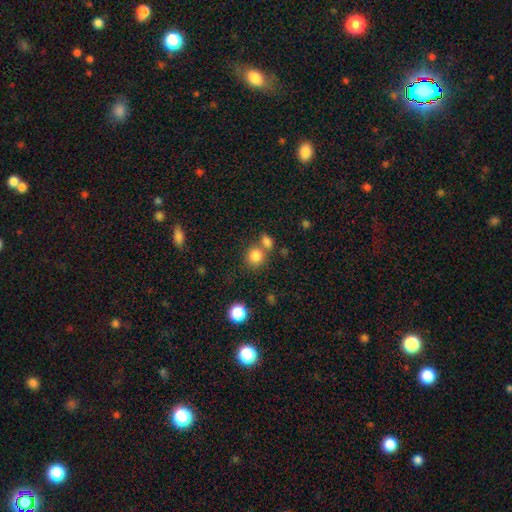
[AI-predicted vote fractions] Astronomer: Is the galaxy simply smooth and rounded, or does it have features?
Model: smooth — 83%.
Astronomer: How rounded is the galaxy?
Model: round — 82%.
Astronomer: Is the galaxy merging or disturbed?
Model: none — 55% (runner-up: merger, 32%).